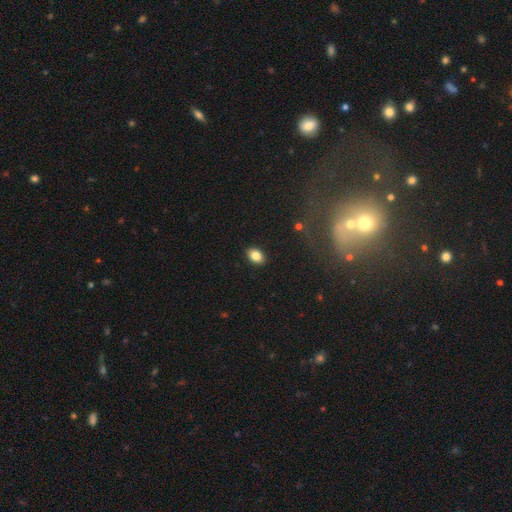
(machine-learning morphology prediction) type=smooth (84%); roundness=in between (84%); merging=none (90%).